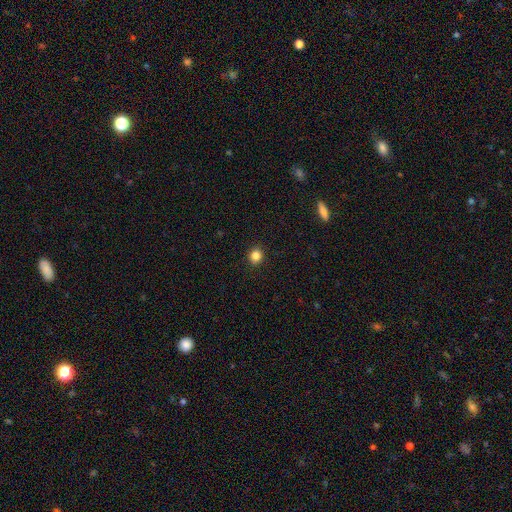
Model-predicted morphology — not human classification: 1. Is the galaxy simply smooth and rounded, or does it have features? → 85% smooth, 11% star or artifact, 4% featured or disk.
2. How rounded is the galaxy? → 83% round, 16% in between, 1% cigar-shaped.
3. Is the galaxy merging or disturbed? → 92% none, 6% minor disturbance, 2% major disturbance, 1% merger.